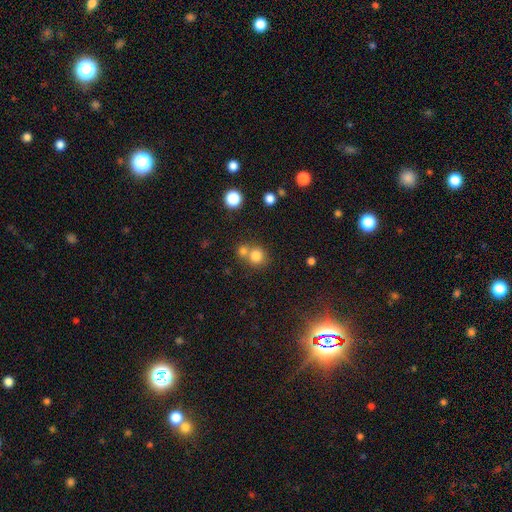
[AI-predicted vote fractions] The model was most divided on "merging": none: 53%, merger: 37%, minor disturbance: 7%, major disturbance: 3%. More confident: how rounded — round (87%); smooth or featured — smooth (79%).